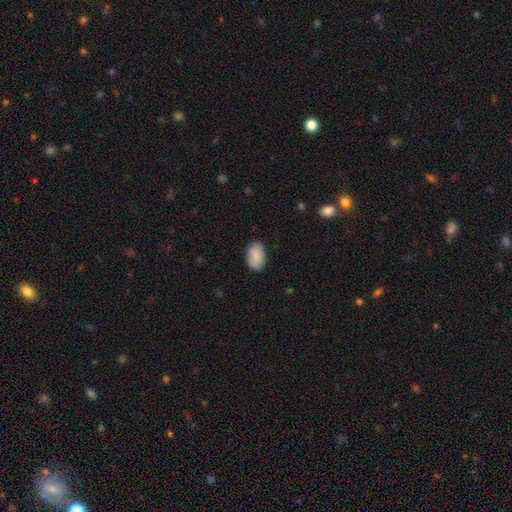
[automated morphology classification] Smooth or featured? smooth (87%)
How rounded? in between (89%)
Merging? none (81%)